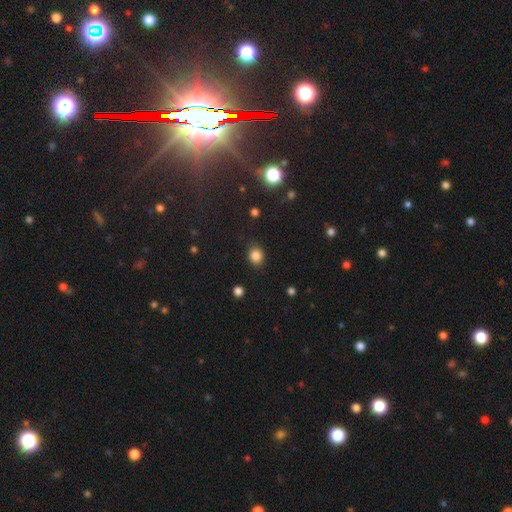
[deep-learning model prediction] smooth_or_featured: smooth (p=0.84) [alt: star or artifact p=0.12]
how_rounded: round (p=0.72) [alt: in between p=0.27]
merging: none (p=0.81) [alt: minor disturbance p=0.14]